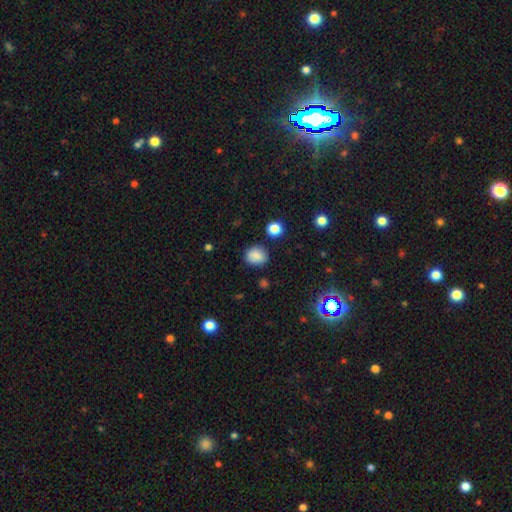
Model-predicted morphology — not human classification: smooth-or-featured: smooth: 84% | star or artifact: 10% | featured or disk: 6%
  how-rounded: round: 70% | in between: 29% | cigar-shaped: 1%
  merging: none: 80% | minor disturbance: 14% | major disturbance: 3% | merger: 3%